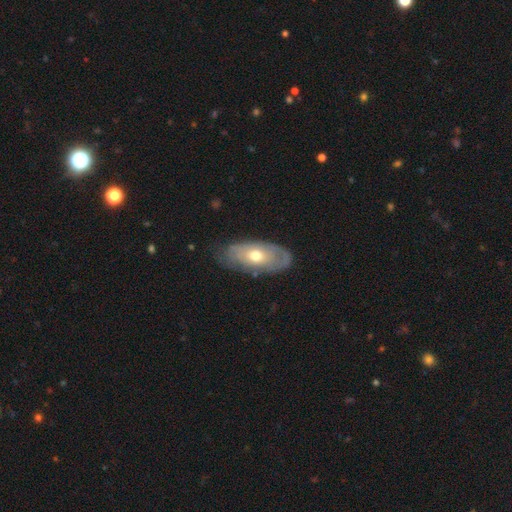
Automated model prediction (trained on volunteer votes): Smooth or featured?
  - featured or disk: 48% *
  - smooth: 46%
  - star or artifact: 6%
Merging?
  - none: 66% *
  - minor disturbance: 25%
  - major disturbance: 8%
  - merger: 2%